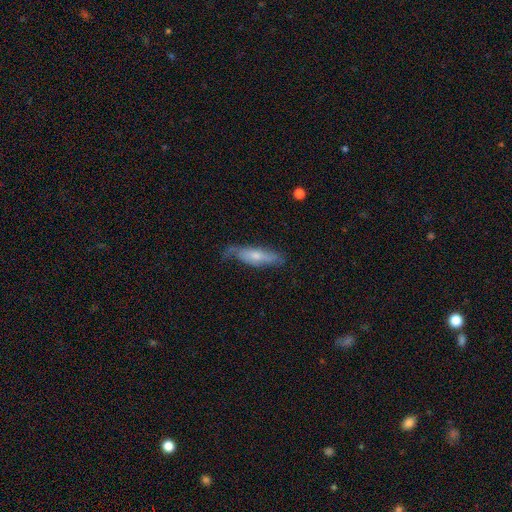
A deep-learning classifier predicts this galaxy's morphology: A smooth galaxy with no disk features (49%).

Vote fractions:
- Smooth or featured? smooth: 49% / featured or disk: 45% / star or artifact: 6%
- Merging? none: 56% / minor disturbance: 30% / major disturbance: 11% / merger: 2%